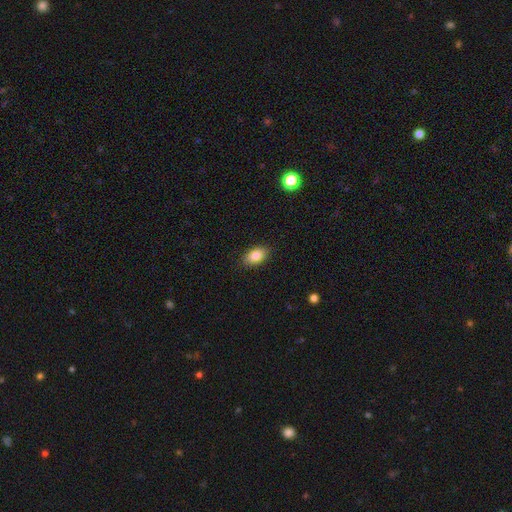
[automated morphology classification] Smooth or featured?
  - smooth: 85% *
  - star or artifact: 8%
  - featured or disk: 7%
How rounded?
  - in between: 90% *
  - round: 7%
  - cigar-shaped: 2%
Merging?
  - none: 88% *
  - minor disturbance: 9%
  - major disturbance: 2%
  - merger: 1%